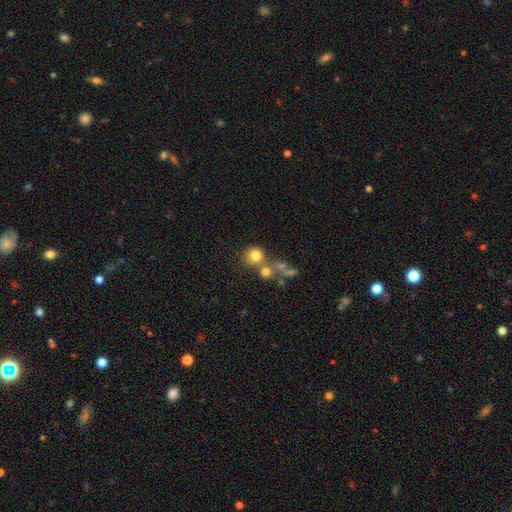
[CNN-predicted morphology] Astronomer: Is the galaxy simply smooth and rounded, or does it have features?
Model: smooth — 75%.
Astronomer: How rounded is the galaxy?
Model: round — 89%.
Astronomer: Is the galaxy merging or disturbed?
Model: none — 54% (runner-up: merger, 32%).